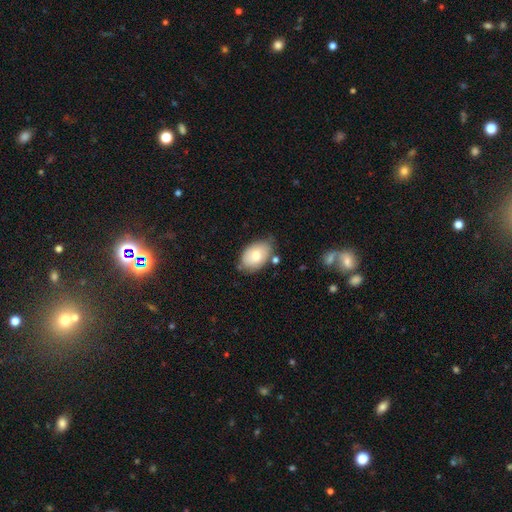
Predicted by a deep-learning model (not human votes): Smooth or featured? smooth (75%)
How rounded? in between (89%)
Merging? none (67%)